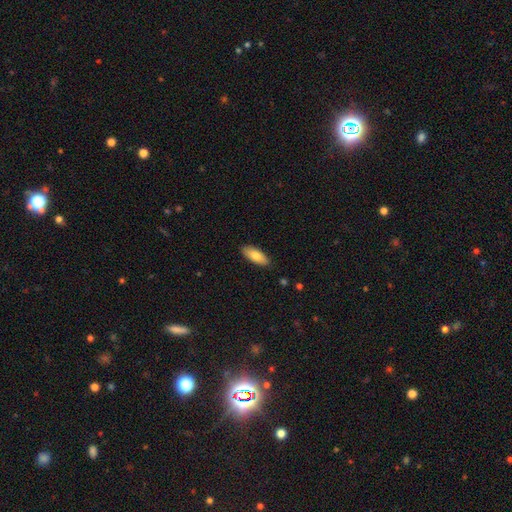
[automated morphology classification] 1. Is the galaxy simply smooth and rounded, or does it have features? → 79% smooth, 15% featured or disk, 6% star or artifact.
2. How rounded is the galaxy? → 76% in between, 22% cigar-shaped, 2% round.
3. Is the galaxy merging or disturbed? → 88% none, 9% minor disturbance, 2% major disturbance, 1% merger.